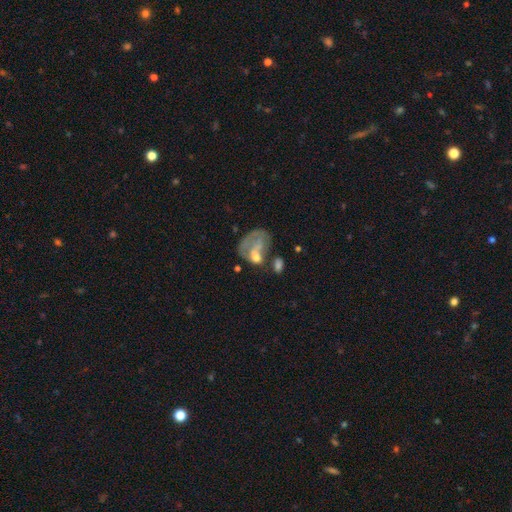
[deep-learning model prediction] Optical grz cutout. It shows a featured or disk galaxy (45%). Merging: major disturbance (38%).